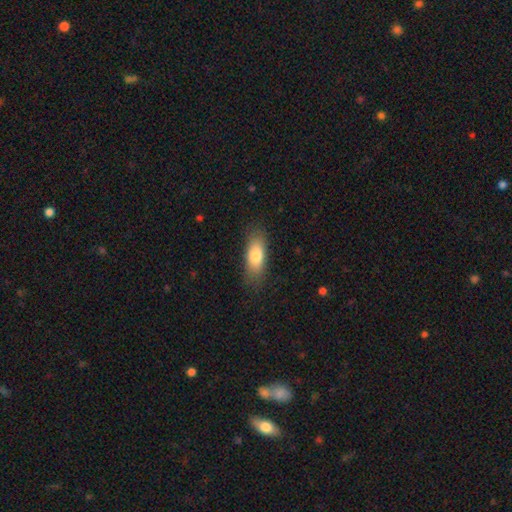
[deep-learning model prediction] This appears to be a smooth galaxy with no disk features (79%) that is in between round and cigar-shaped (74%). Merging: none (81%).